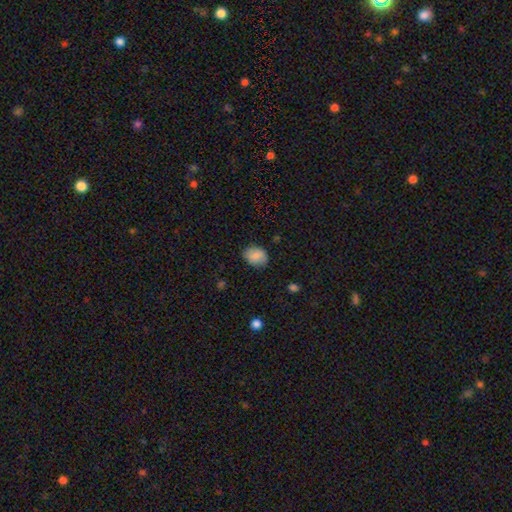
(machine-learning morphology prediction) Smooth or featured? Predicted: smooth (p=0.85). How rounded? Predicted: in between (p=0.62). Merging? Predicted: none (p=0.80).